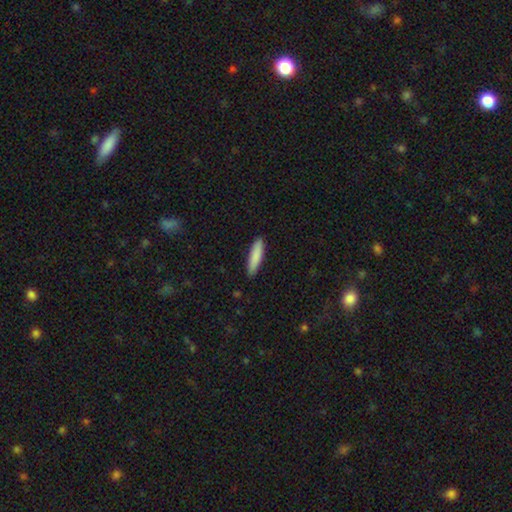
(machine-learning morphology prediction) This appears to be a smooth galaxy with no disk features (86%) that is cigar-shaped (76%). Merging: none (89%).